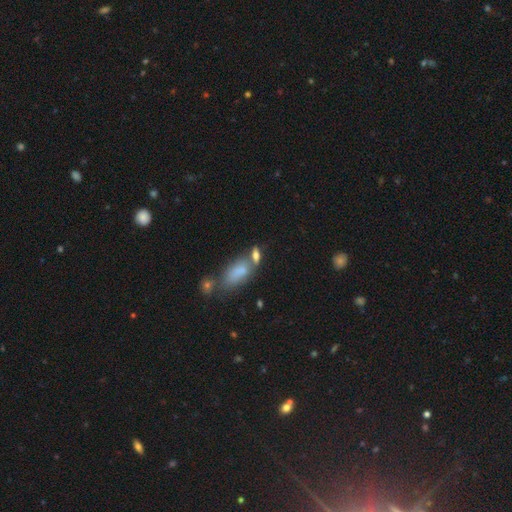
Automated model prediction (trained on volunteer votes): This appears to be a smooth galaxy with no disk features (70%) that is in between round and cigar-shaped (72%). Merging: none (49%).